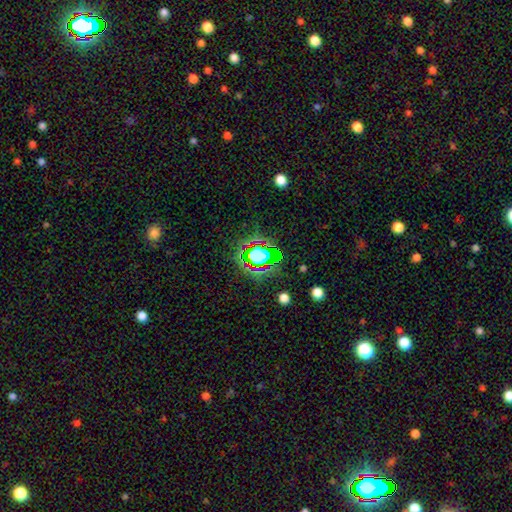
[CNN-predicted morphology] Overall: star or artifact (50%; smooth 33%).